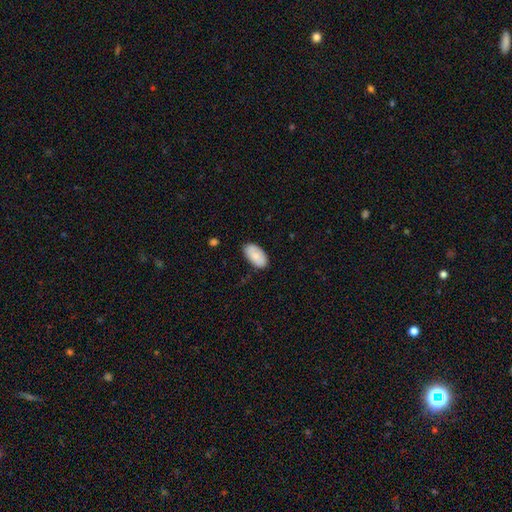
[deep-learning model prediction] A smooth galaxy with no disk features (81%) that is in between round and cigar-shaped (96%). Merging: none (83%).